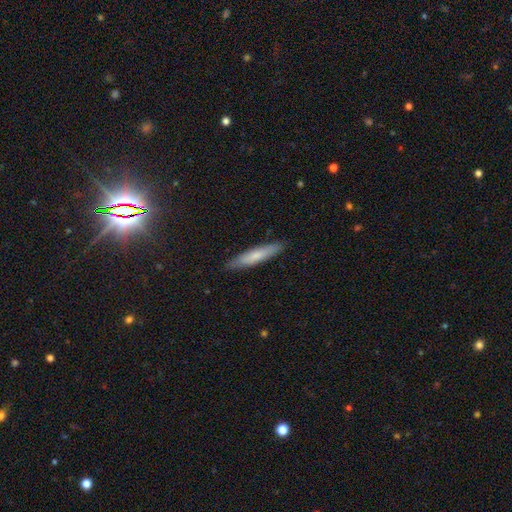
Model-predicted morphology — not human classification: smooth-or-featured: smooth: 70% | featured or disk: 24% | star or artifact: 6%
  how-rounded: cigar-shaped: 90% | in between: 8% | round: 1%
  merging: none: 89% | minor disturbance: 8% | major disturbance: 2% | merger: 1%